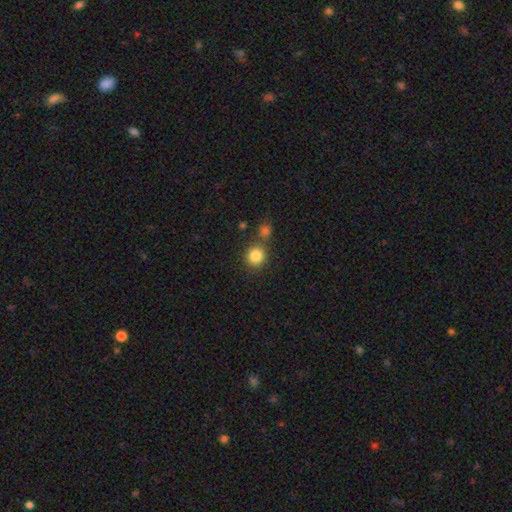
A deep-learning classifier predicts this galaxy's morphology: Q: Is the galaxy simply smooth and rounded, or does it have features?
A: smooth — 84%.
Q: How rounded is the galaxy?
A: round — 88%.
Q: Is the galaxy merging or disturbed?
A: none — 70%.